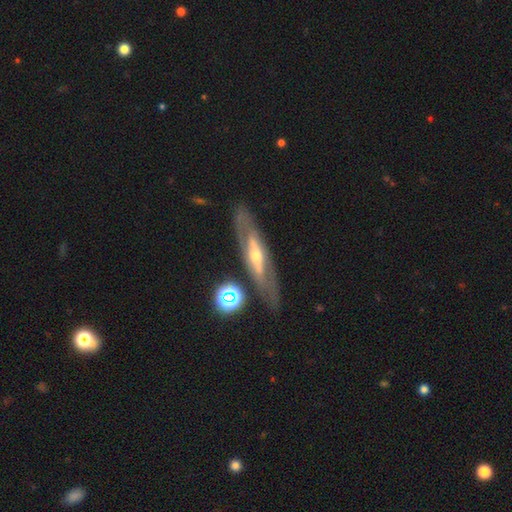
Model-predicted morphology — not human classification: This appears to be a featured or disk galaxy (75%). Merging: none (75%).